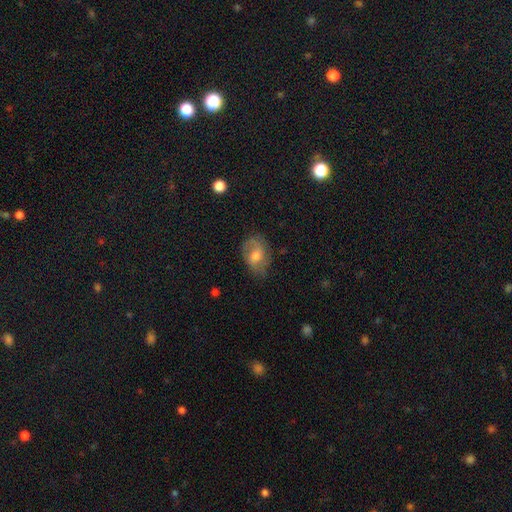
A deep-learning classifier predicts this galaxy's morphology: This appears to be a featured or disk galaxy (46%). Merging: none (66%).